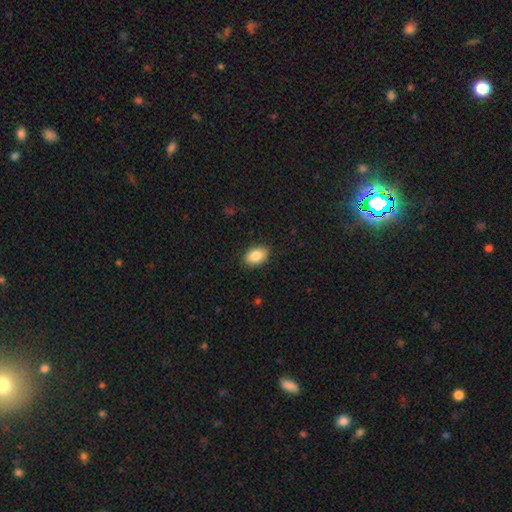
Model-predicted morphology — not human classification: smooth_or_featured: smooth (p=0.86) [alt: star or artifact p=0.07]
how_rounded: in between (p=0.87) [alt: round p=0.12]
merging: none (p=0.87) [alt: minor disturbance p=0.09]